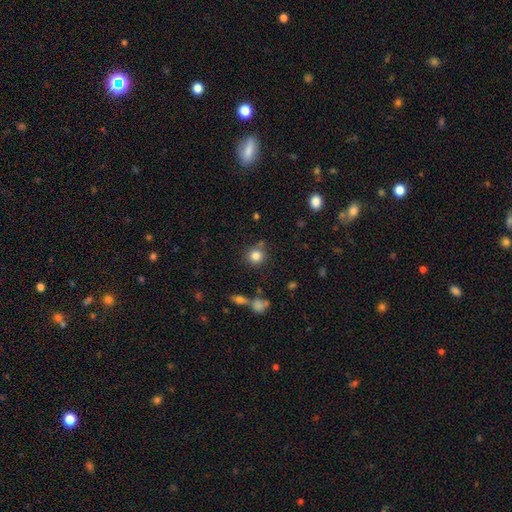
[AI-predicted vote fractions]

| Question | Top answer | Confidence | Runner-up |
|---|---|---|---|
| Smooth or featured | smooth | 82% | star or artifact (11%) |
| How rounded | round | 90% | in between (9%) |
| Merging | none | 76% | minor disturbance (12%) |